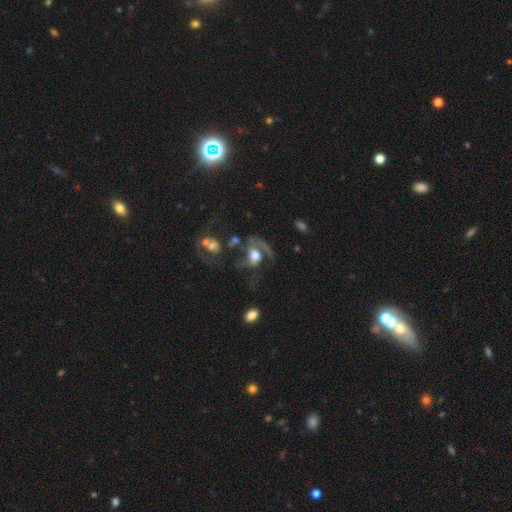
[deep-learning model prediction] Morphology: type=featured or disk (60%); edge-on=no (95%); bar=no (72%); spiral arms=yes (66%); bulge=large (42%); merging=major disturbance (47%).